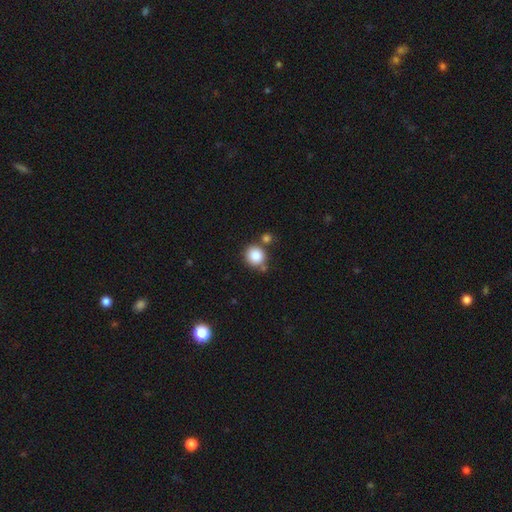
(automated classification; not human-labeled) smooth_or_featured: smooth (p=0.85) [alt: star or artifact p=0.09]
how_rounded: round (p=0.88) [alt: in between p=0.11]
merging: none (p=0.68) [alt: merger p=0.17]